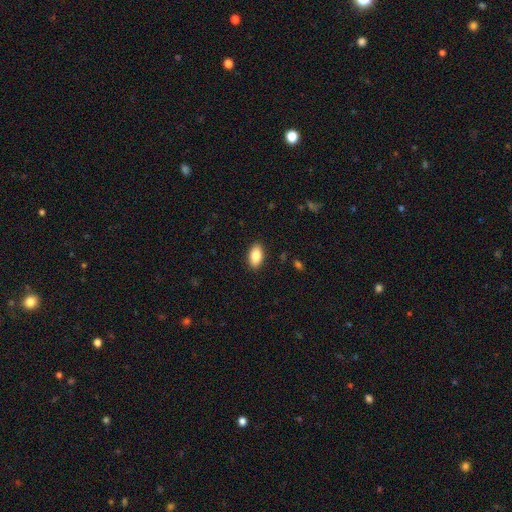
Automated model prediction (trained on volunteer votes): A smooth galaxy with no disk features (86%) that is in between round and cigar-shaped (94%). Merging: none (89%).